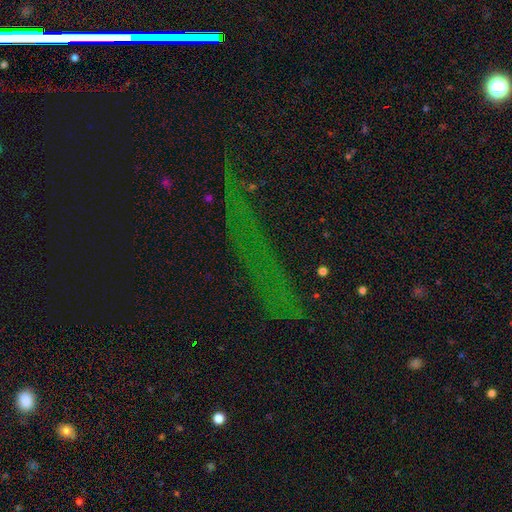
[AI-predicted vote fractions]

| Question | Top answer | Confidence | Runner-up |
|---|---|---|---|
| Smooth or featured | star or artifact | 75% | smooth (14%) |